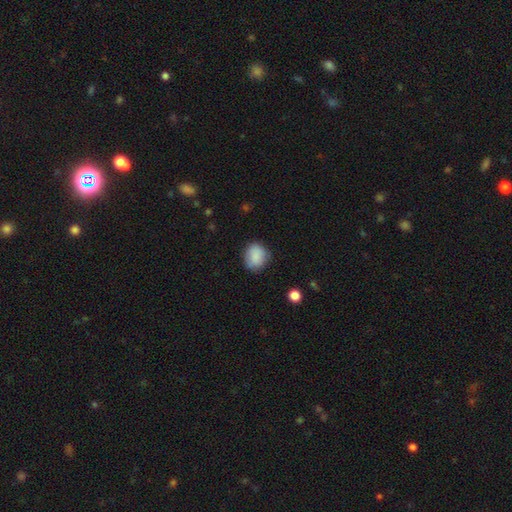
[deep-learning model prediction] Overall: smooth (87%). How rounded: round (67%; in between 32%). Merging: none (78%).